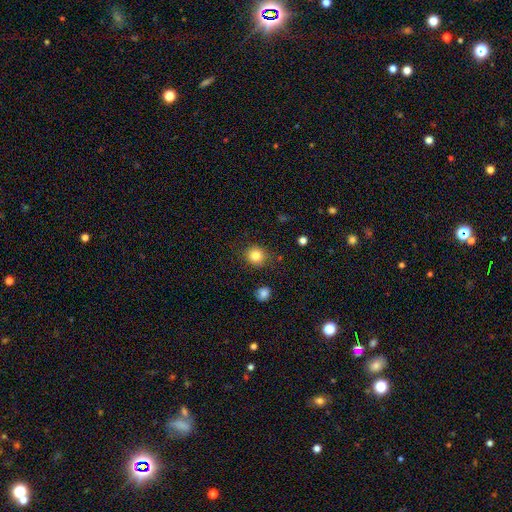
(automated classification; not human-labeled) Q: Smooth or featured?
A: smooth (83%); runner-up: star or artifact (11%)
Q: How rounded?
A: round (88%); runner-up: in between (11%)
Q: Merging?
A: none (86%); runner-up: minor disturbance (9%)